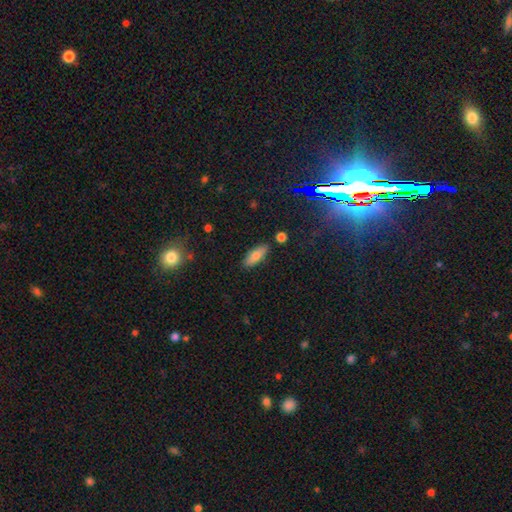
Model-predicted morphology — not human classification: smooth_or_featured: smooth (p=0.77) [alt: featured or disk p=0.15]
how_rounded: in between (p=0.72) [alt: cigar-shaped p=0.26]
merging: none (p=0.86) [alt: minor disturbance p=0.09]